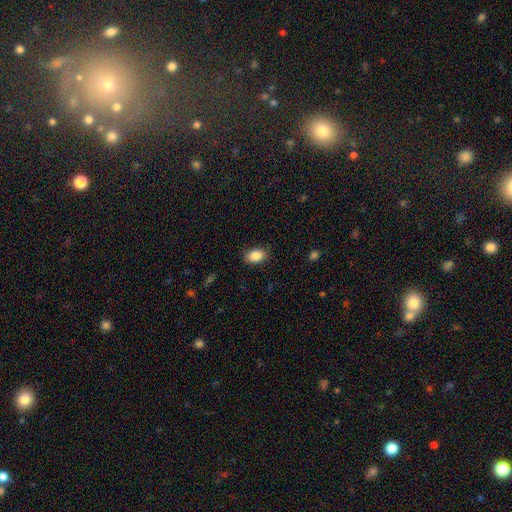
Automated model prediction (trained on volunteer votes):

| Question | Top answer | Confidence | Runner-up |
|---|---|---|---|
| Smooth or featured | smooth | 86% | star or artifact (8%) |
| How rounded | in between | 85% | round (14%) |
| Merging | none | 83% | minor disturbance (13%) |